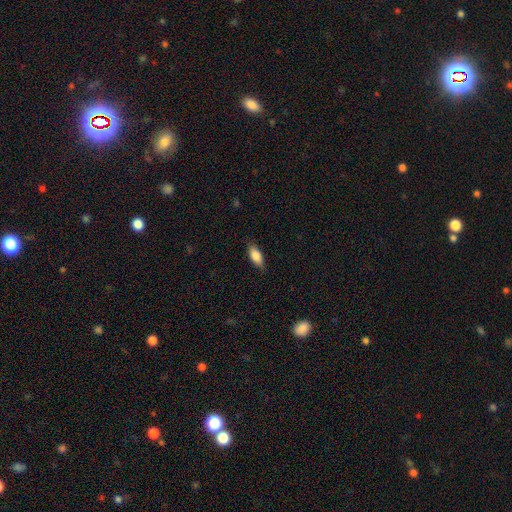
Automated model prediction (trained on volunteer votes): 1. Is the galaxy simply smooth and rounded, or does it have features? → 83% smooth, 11% featured or disk, 7% star or artifact.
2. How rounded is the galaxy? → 81% in between, 16% cigar-shaped, 3% round.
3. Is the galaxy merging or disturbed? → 81% none, 15% minor disturbance, 3% major disturbance, 1% merger.